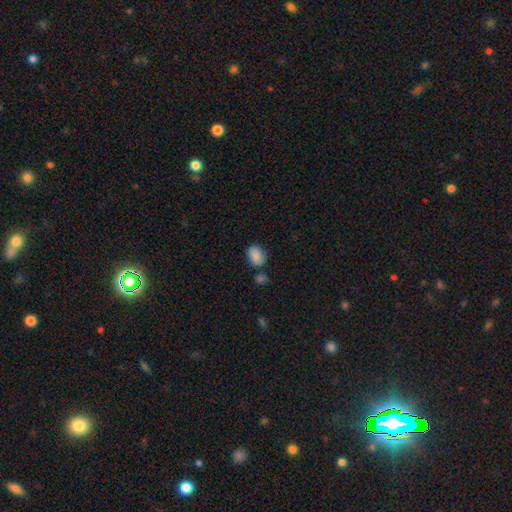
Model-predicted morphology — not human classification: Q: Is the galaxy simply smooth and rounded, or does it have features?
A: smooth — 81%.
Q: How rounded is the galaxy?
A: in between — 61%.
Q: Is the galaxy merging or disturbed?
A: none — 63%.